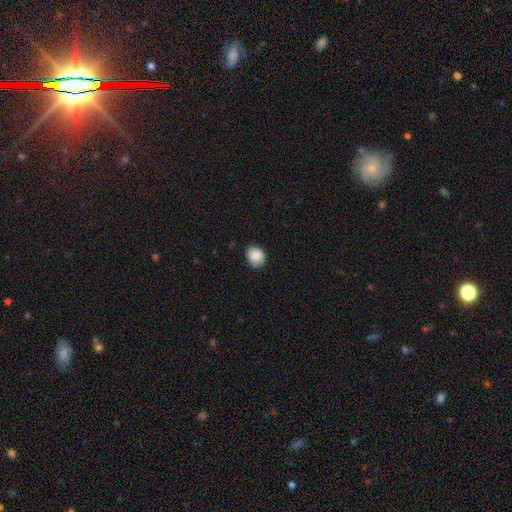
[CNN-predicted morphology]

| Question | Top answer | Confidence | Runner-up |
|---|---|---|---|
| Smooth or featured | smooth | 86% | star or artifact (8%) |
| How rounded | round | 65% | in between (34%) |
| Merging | none | 85% | minor disturbance (12%) |